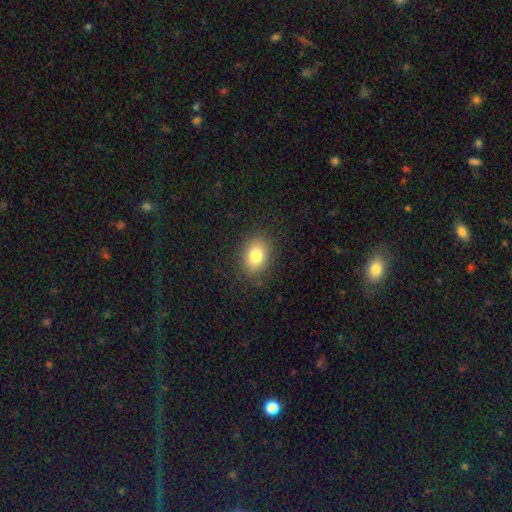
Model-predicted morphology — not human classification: A smooth galaxy with no disk features (80%) that is in between round and cigar-shaped (66%).

Vote fractions:
- Smooth or featured? smooth: 80% / star or artifact: 10% / featured or disk: 10%
- How rounded? in between: 66% / round: 33% / cigar-shaped: 1%
- Merging? none: 86% / minor disturbance: 10% / major disturbance: 3% / merger: 1%